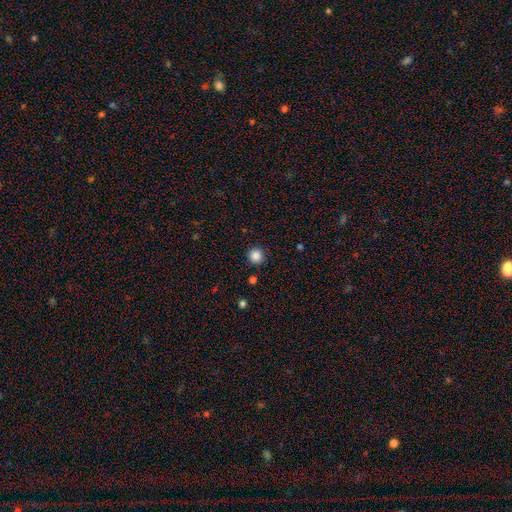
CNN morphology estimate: Smooth or featured? Predicted: smooth (p=0.86). How rounded? Predicted: round (p=0.95). Merging? Predicted: none (p=0.91).